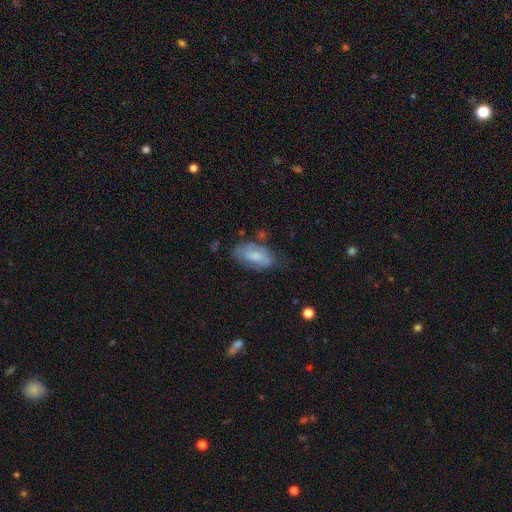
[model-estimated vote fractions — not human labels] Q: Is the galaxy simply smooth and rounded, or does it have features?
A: smooth — 63%.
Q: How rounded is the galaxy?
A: in between — 91%.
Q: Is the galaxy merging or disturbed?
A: none — 56%.